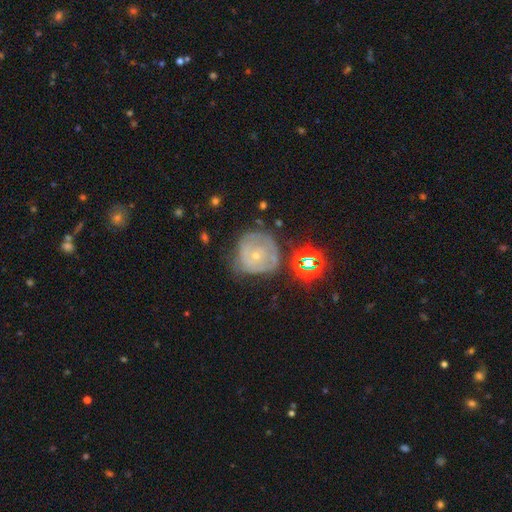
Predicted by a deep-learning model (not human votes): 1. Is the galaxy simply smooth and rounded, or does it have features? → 65% featured or disk, 24% smooth, 11% star or artifact.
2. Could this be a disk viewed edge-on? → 97% no, 3% yes.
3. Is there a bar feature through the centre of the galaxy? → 84% no, 13% weak, 3% strong.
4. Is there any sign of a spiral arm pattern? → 71% yes, 29% no.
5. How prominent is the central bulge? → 74% small, 22% moderate, 2% none, 1% large, 1% dominant.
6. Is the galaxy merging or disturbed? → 52% none, 28% minor disturbance, 15% major disturbance, 5% merger.